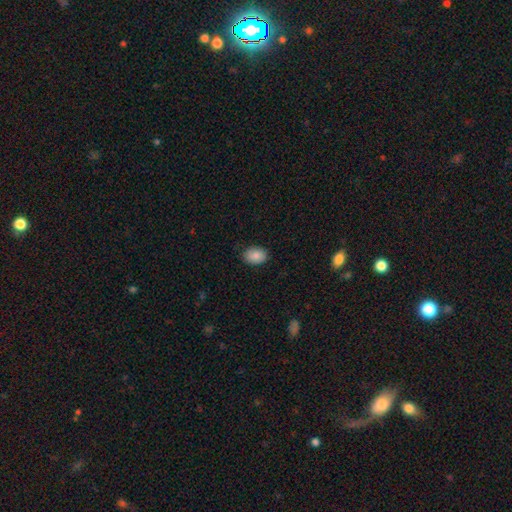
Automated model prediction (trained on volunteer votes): This appears to be a smooth galaxy with no disk features (88%) that is in between round and cigar-shaped (76%). Merging: none (86%).